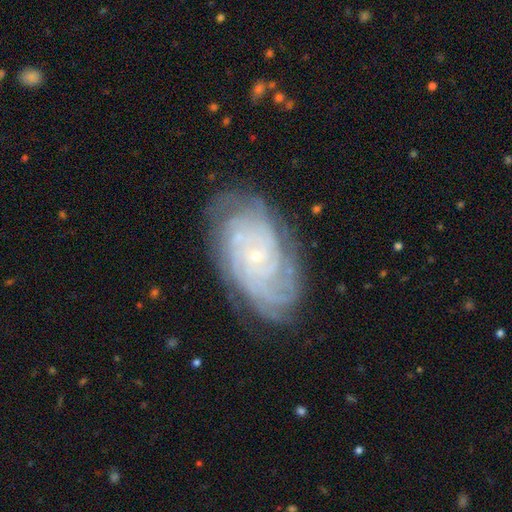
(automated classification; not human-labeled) Overall: featured or disk (86%). Edge-on disk: no (96%). Bar: no (81%). Spiral arms: yes (97%). Spiral arm count: can't tell (28%; 4 24%). Spiral winding: tight (81%). Bulge size: small (87%). Merging: none (79%).